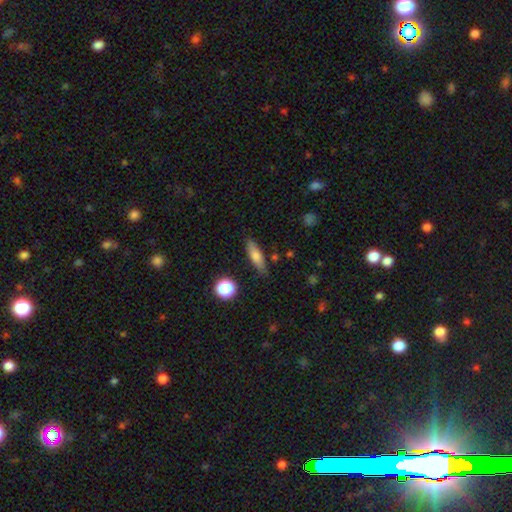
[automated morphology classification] Smooth or featured?
  - smooth: 72% *
  - featured or disk: 20%
  - star or artifact: 8%
How rounded?
  - cigar-shaped: 54% *
  - in between: 43%
  - round: 4%
Merging?
  - none: 81% *
  - minor disturbance: 13%
  - major disturbance: 3%
  - merger: 3%